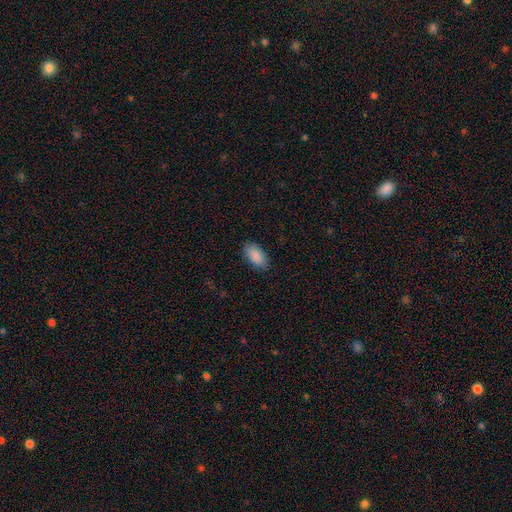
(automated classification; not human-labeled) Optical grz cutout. It shows a smooth galaxy with no disk features (90%) that is in between round and cigar-shaped (94%). Merging: none (85%).